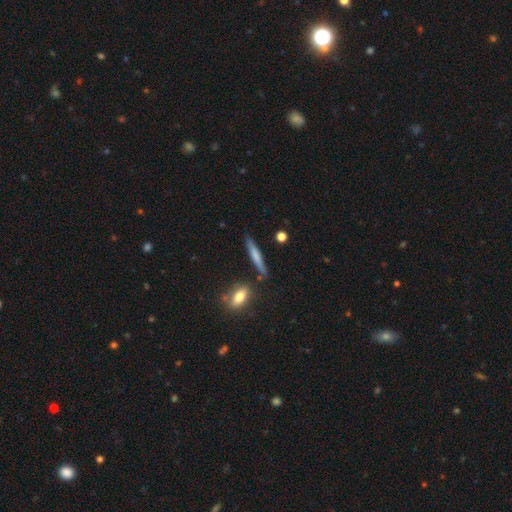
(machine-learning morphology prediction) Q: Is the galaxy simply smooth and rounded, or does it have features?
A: smooth — 64%.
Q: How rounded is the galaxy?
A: cigar-shaped — 91%.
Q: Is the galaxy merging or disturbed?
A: none — 81%.